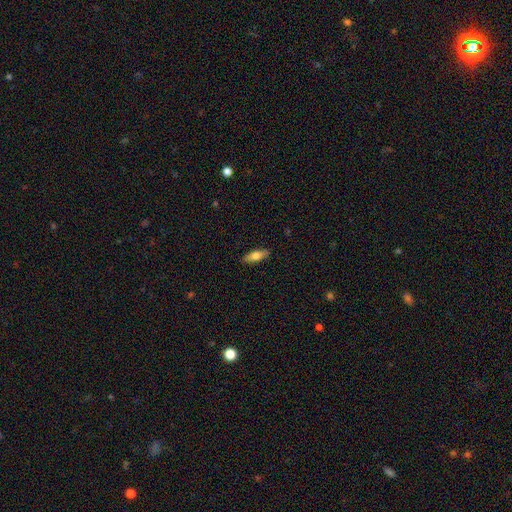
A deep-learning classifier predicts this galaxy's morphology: type=smooth (69%); roundness=in between (59%); merging=none (88%).